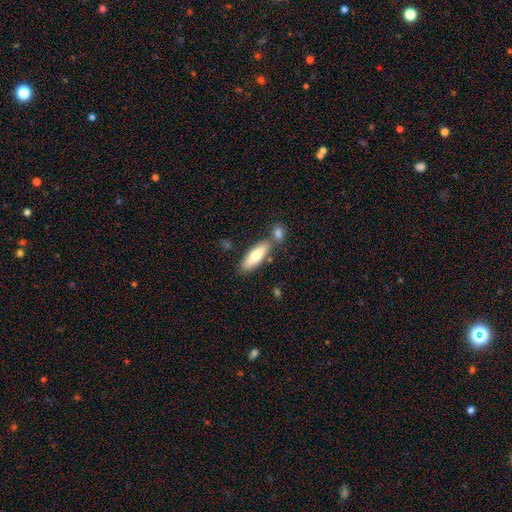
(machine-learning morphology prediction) smooth_or_featured: smooth (p=0.71) [alt: featured or disk p=0.23]
how_rounded: in between (p=0.61) [alt: cigar-shaped p=0.37]
merging: none (p=0.66) [alt: merger p=0.19]